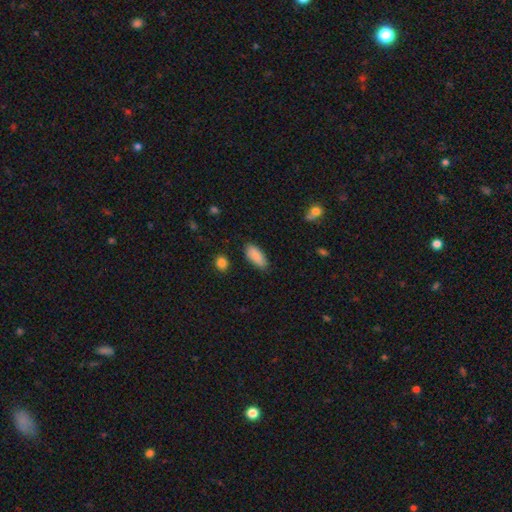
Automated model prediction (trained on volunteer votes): A smooth galaxy with no disk features (88%) that is in between round and cigar-shaped (84%).

Vote fractions:
- Smooth or featured? smooth: 88% / star or artifact: 6% / featured or disk: 5%
- How rounded? in between: 84% / cigar-shaped: 13% / round: 2%
- Merging? none: 84% / minor disturbance: 12% / major disturbance: 2% / merger: 2%